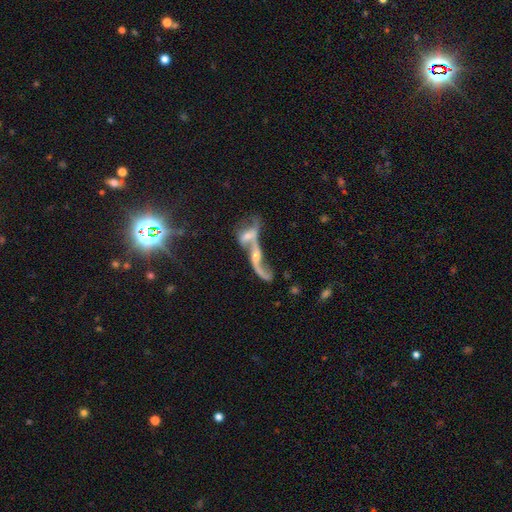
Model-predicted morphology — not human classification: A star or artifact, not a galaxy (44%).

Vote fractions:
- Smooth or featured? star or artifact: 44% / smooth: 31% / featured or disk: 25%